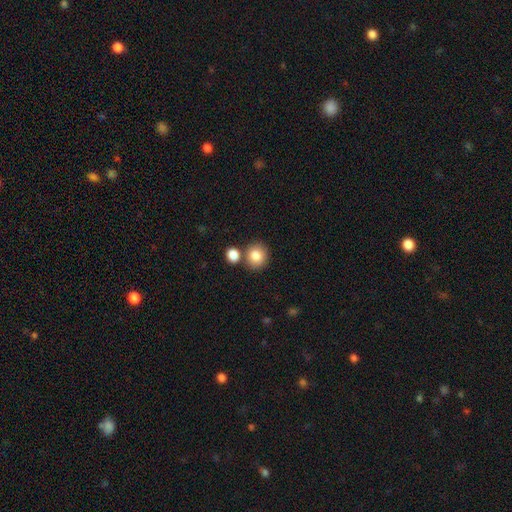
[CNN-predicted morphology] smooth_or_featured: smooth (p=0.85) [alt: star or artifact p=0.09]
how_rounded: round (p=0.81) [alt: in between p=0.18]
merging: none (p=0.70) [alt: merger p=0.18]